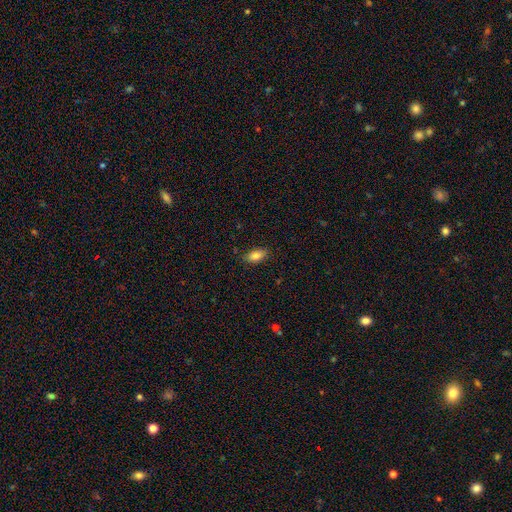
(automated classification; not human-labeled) A smooth galaxy with no disk features (83%) that is in between round and cigar-shaped (87%). Merging: none (85%).